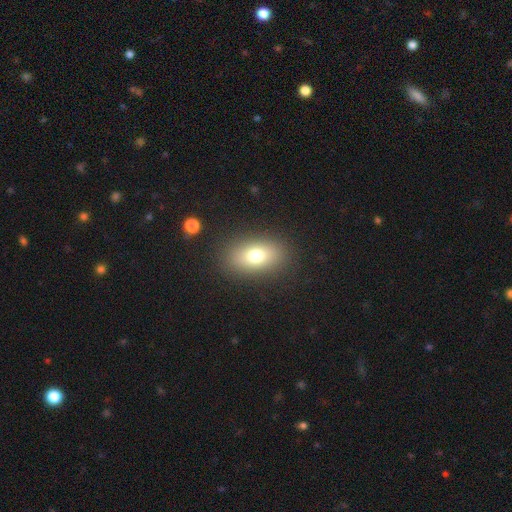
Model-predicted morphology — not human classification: A smooth galaxy with no disk features (74%) that is in between round and cigar-shaped (81%). Merging: none (86%).